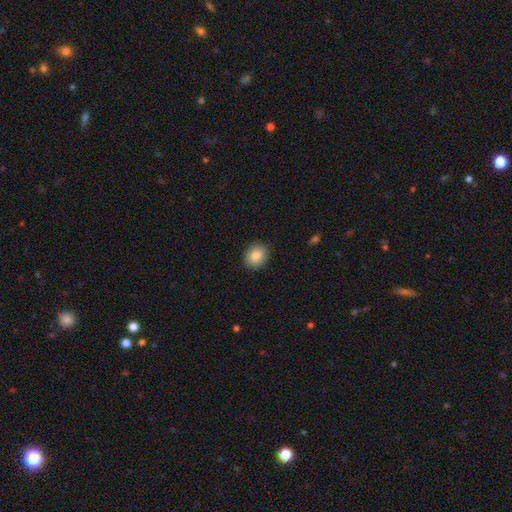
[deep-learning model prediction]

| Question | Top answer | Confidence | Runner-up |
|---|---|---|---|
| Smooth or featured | smooth | 87% | star or artifact (8%) |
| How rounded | round | 57% | in between (42%) |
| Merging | none | 89% | minor disturbance (8%) |